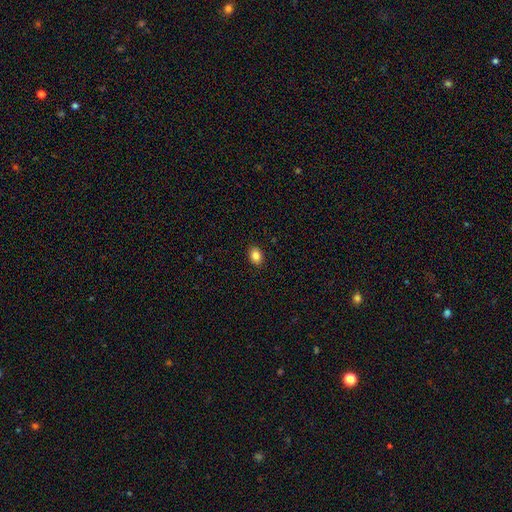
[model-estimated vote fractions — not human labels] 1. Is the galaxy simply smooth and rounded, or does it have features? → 86% smooth, 9% star or artifact, 5% featured or disk.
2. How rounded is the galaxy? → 73% in between, 26% round, 1% cigar-shaped.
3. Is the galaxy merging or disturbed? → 90% none, 7% minor disturbance, 2% major disturbance, 1% merger.